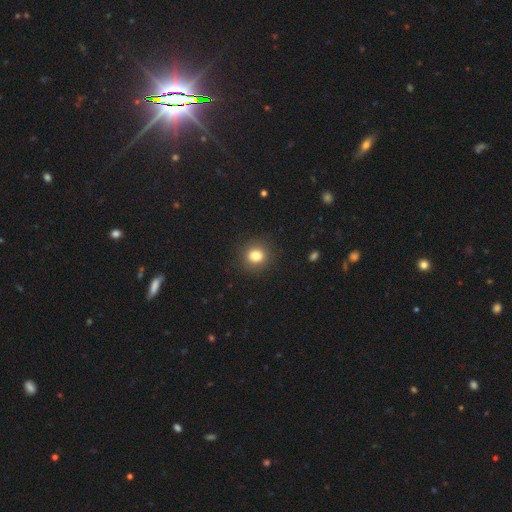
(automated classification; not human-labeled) Smooth or featured?
  - smooth: 82% *
  - star or artifact: 12%
  - featured or disk: 7%
How rounded?
  - round: 84% *
  - in between: 15%
  - cigar-shaped: 1%
Merging?
  - none: 90% *
  - minor disturbance: 7%
  - major disturbance: 2%
  - merger: 1%